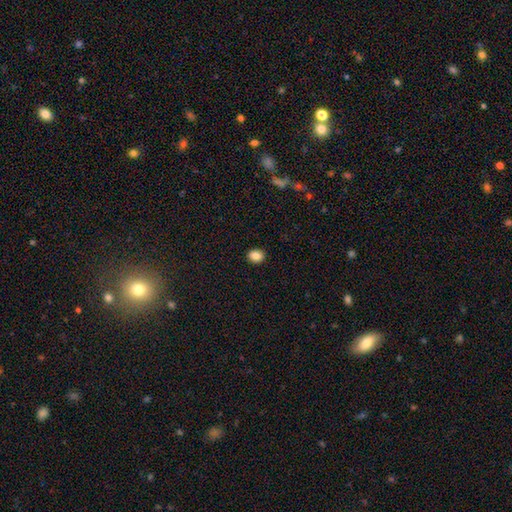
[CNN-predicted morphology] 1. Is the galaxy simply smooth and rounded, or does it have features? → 85% smooth, 10% star or artifact, 5% featured or disk.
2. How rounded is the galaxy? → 60% round, 39% in between, 1% cigar-shaped.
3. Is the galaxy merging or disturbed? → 91% none, 6% minor disturbance, 2% major disturbance, 1% merger.